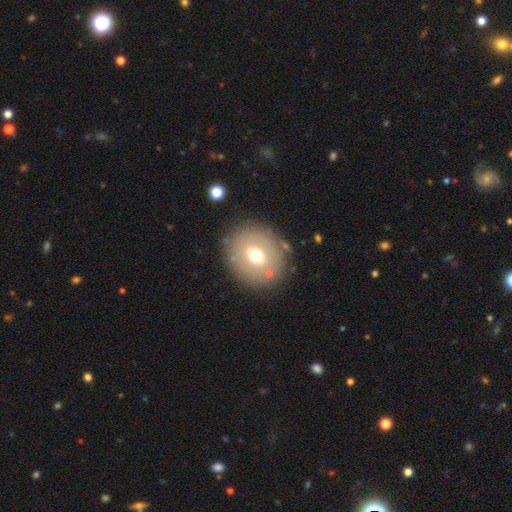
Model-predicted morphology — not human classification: Smooth or featured? Predicted: smooth (p=0.61). How rounded? Predicted: round (p=0.71). Merging? Predicted: none (p=0.82).